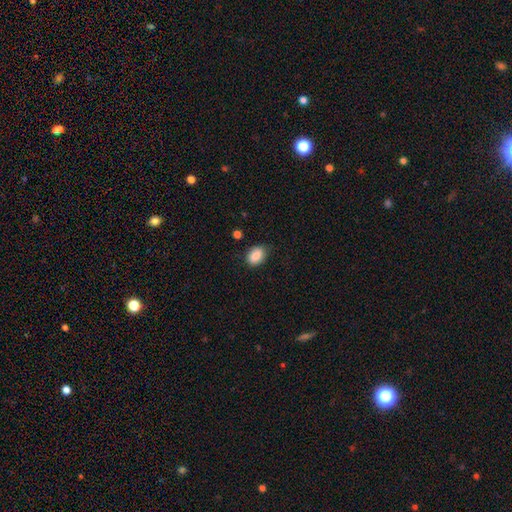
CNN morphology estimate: Overall: smooth (84%). How rounded: in between (71%). Merging: none (81%).